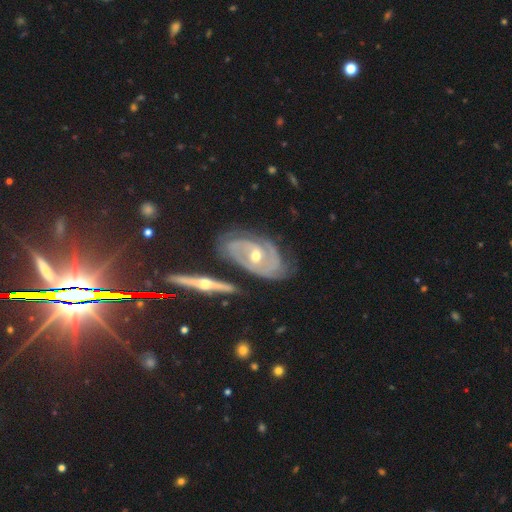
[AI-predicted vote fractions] This appears to be a featured or disk galaxy (86%) with no bar (52%), 2 (56%) tight (61%) spiral arms (91%) and a moderate central bulge (68%). Merging: none (66%).